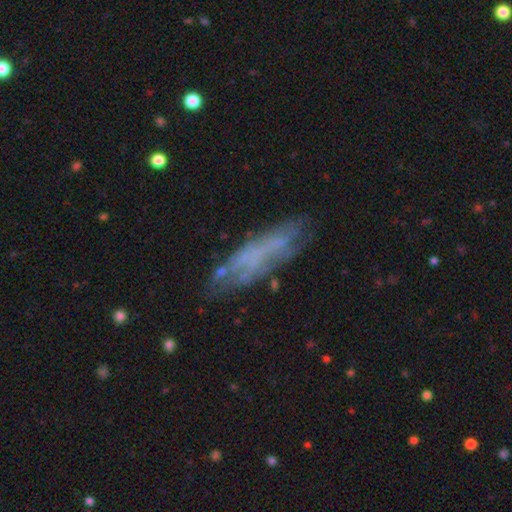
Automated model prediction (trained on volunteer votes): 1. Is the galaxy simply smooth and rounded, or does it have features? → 47% featured or disk, 40% smooth, 13% star or artifact.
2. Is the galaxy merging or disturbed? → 63% none, 22% minor disturbance, 11% major disturbance, 3% merger.